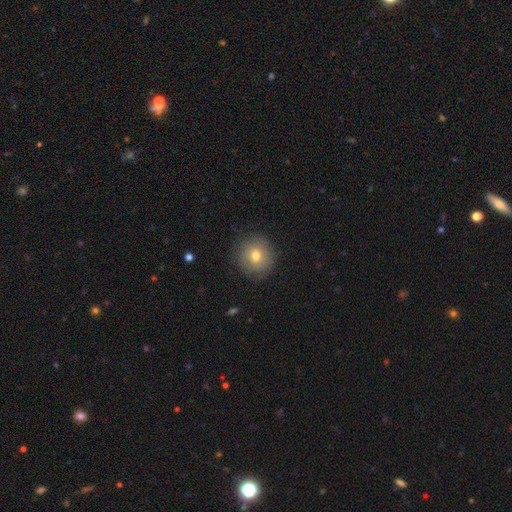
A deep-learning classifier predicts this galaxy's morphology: smooth 71%, featured or disk 20%, star or artifact 10%. Down the decision tree: how rounded — round (89%); merging — none (84%).